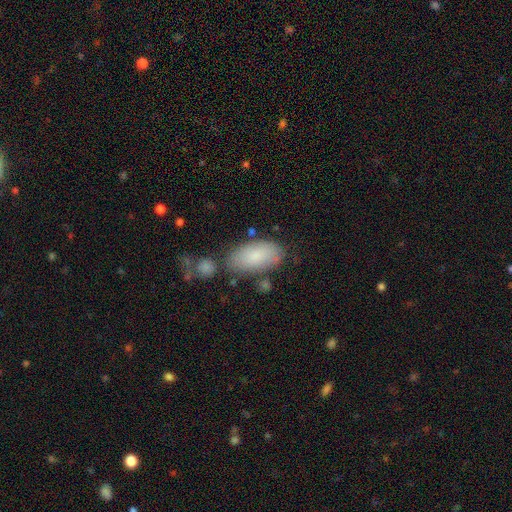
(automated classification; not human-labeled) A smooth galaxy with no disk features (83%) that is in between round and cigar-shaped (93%).

Vote fractions:
- Smooth or featured? smooth: 83% / featured or disk: 10% / star or artifact: 6%
- How rounded? in between: 93% / cigar-shaped: 4% / round: 2%
- Merging? none: 68% / minor disturbance: 18% / merger: 8% / major disturbance: 5%